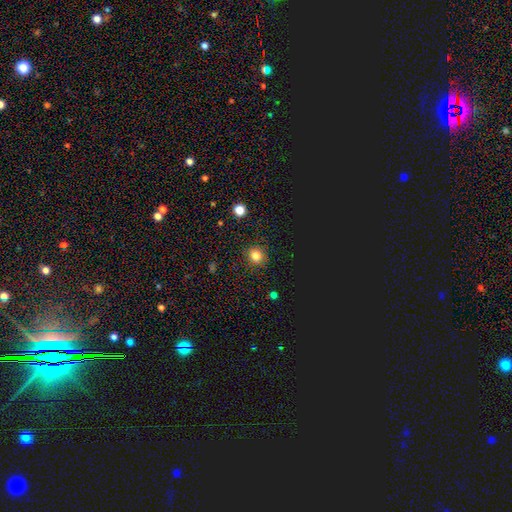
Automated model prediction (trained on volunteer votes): smooth_or_featured: smooth (p=0.78) [alt: star or artifact p=0.17]
how_rounded: round (p=0.87) [alt: in between p=0.12]
merging: none (p=0.89) [alt: minor disturbance p=0.08]